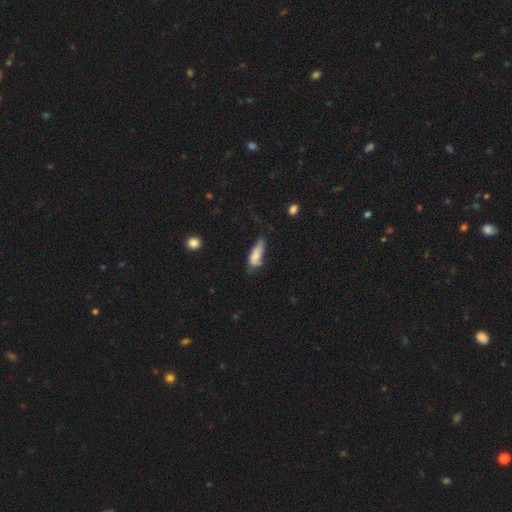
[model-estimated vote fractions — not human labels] Smooth or featured? Predicted: smooth (p=0.72). How rounded? Predicted: in between (p=0.62). Merging? Predicted: minor disturbance (p=0.40).